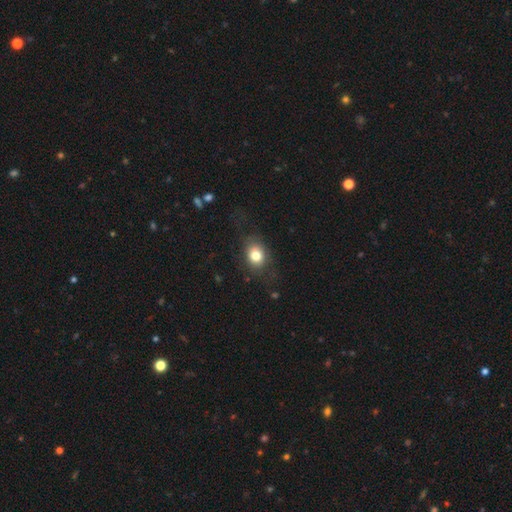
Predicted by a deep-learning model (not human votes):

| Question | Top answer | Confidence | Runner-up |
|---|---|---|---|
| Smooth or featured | smooth | 78% | featured or disk (12%) |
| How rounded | in between | 54% | round (45%) |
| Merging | none | 69% | minor disturbance (18%) |